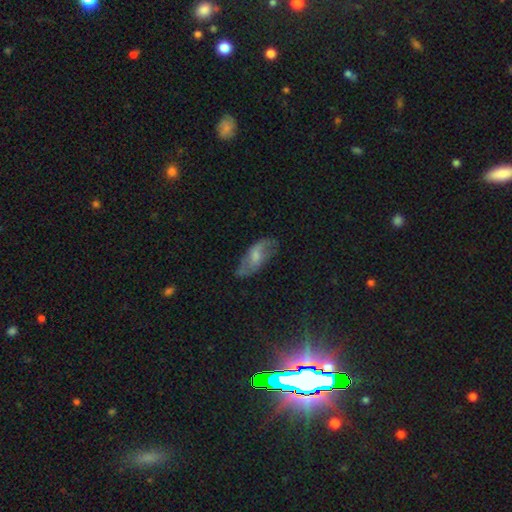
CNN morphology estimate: Smooth or featured?
  - featured or disk: 47% *
  - smooth: 44%
  - star or artifact: 8%
Merging?
  - none: 62% *
  - minor disturbance: 25%
  - major disturbance: 10%
  - merger: 2%